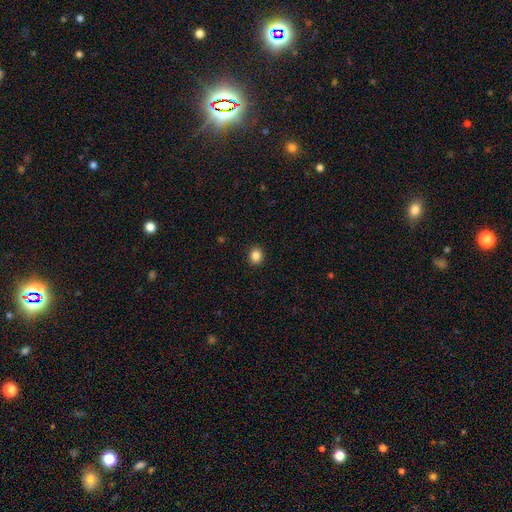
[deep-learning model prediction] Smooth or featured?
  - smooth: 86% *
  - star or artifact: 10%
  - featured or disk: 4%
How rounded?
  - round: 68% *
  - in between: 31%
  - cigar-shaped: 1%
Merging?
  - none: 92% *
  - minor disturbance: 6%
  - major disturbance: 2%
  - merger: 1%